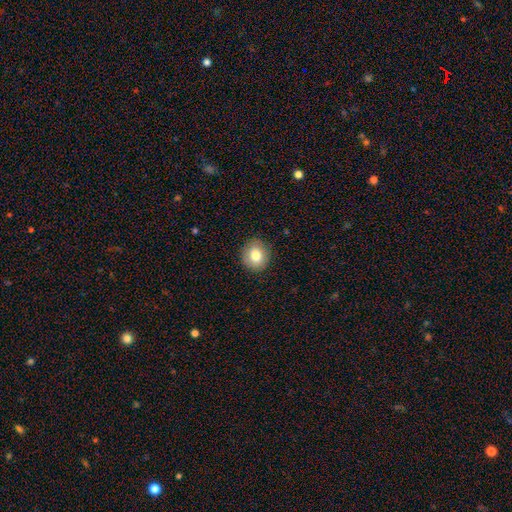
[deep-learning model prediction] Smooth or featured: smooth — 81% (featured or disk — 10%)
How rounded: round — 82% (in between — 18%)
Merging: none — 89% (minor disturbance — 7%)